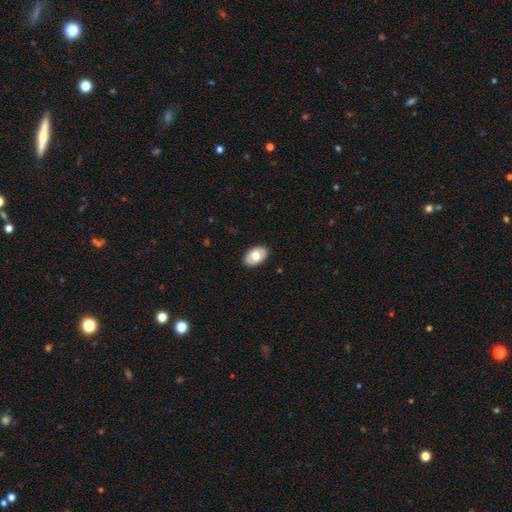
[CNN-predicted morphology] Q: Smooth or featured?
A: smooth (68%); runner-up: featured or disk (26%)
Q: How rounded?
A: in between (89%); runner-up: round (10%)
Q: Merging?
A: none (88%); runner-up: minor disturbance (9%)